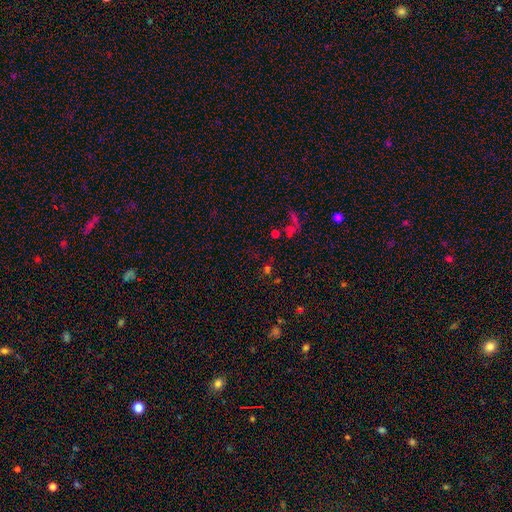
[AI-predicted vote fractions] smooth_or_featured: star or artifact (p=0.52) [alt: smooth p=0.37]